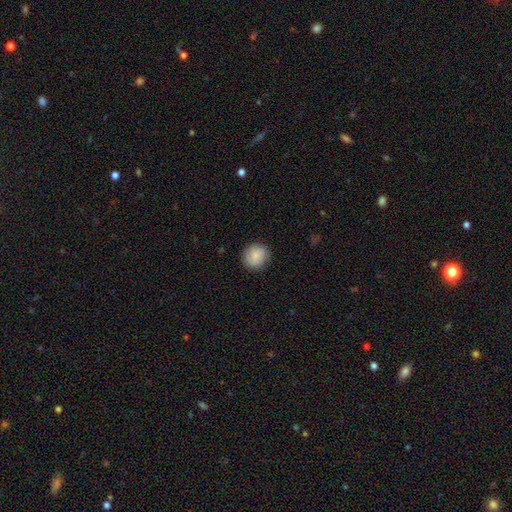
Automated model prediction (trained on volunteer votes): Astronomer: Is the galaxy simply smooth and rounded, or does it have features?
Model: smooth — 85%.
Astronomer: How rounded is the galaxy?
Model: round — 88%.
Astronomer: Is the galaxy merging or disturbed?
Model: none — 87%.